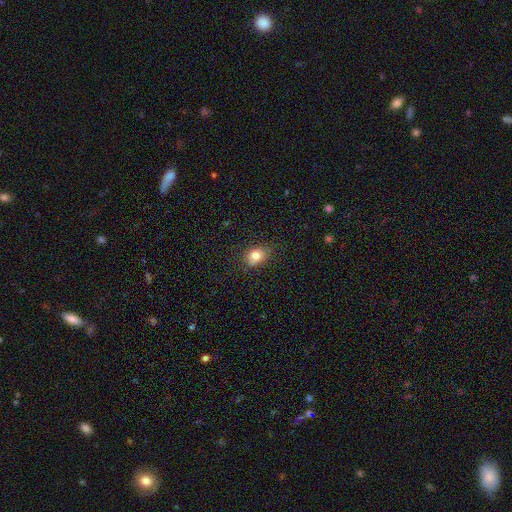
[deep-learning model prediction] This is likely a smooth galaxy (80%). How rounded: possibly in between (58%). Merging: clearly none (81%).